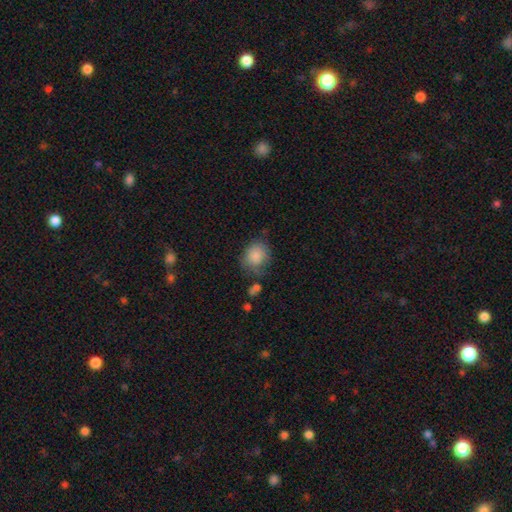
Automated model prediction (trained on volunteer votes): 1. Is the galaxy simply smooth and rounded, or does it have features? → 84% smooth, 8% featured or disk, 8% star or artifact.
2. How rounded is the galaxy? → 63% round, 36% in between, 1% cigar-shaped.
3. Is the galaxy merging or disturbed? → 58% none, 26% minor disturbance, 10% major disturbance, 6% merger.